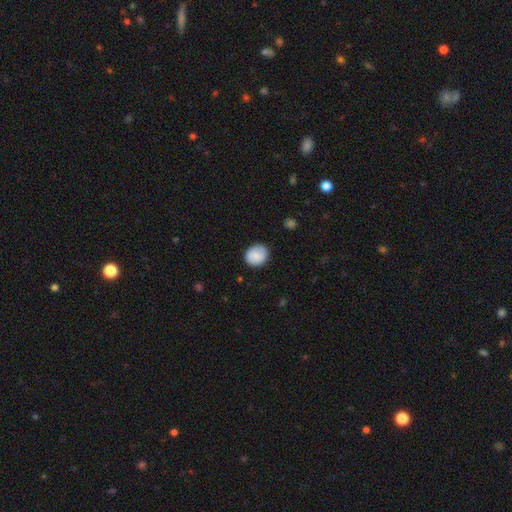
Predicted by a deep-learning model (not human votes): Smooth or featured: smooth — 78% (featured or disk — 15%)
How rounded: round — 78% (in between — 21%)
Merging: none — 85% (minor disturbance — 11%)